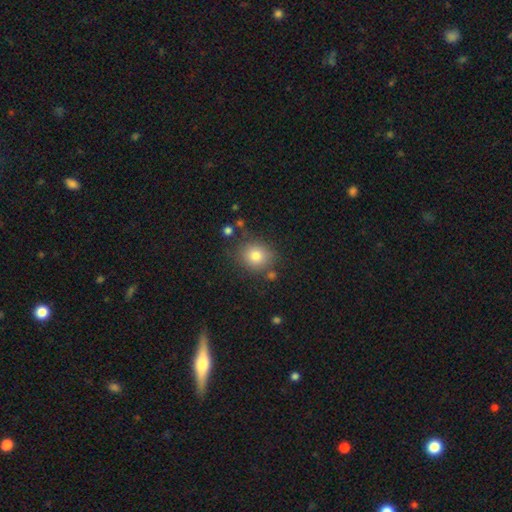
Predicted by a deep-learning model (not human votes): This appears to be a smooth galaxy with no disk features (81%) that is round (80%). Merging: none (78%).